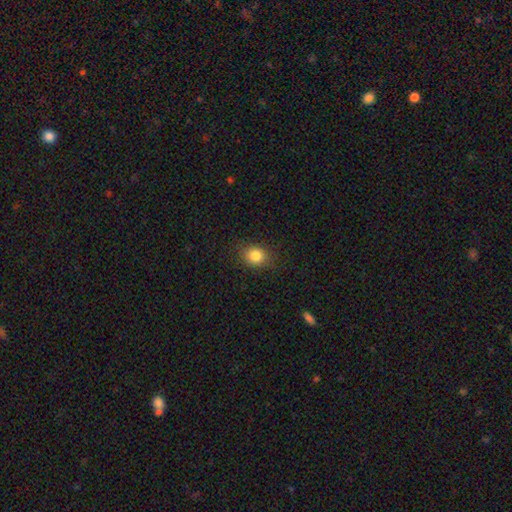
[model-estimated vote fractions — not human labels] smooth 83%, star or artifact 11%, featured or disk 6%. Down the decision tree: how rounded — round (62%); merging — none (86%).